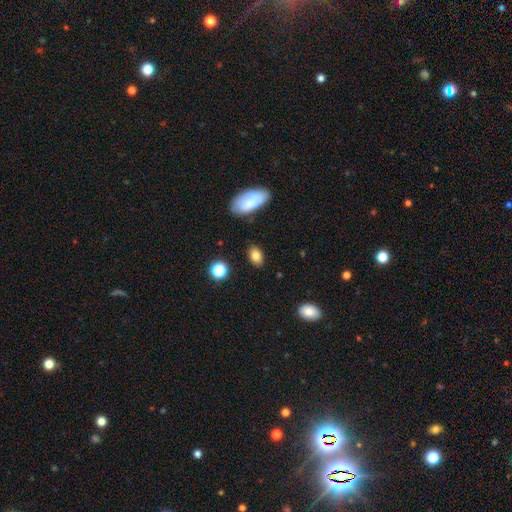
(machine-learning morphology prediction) Overall: smooth (82%). How rounded: in between (84%). Merging: none (85%).